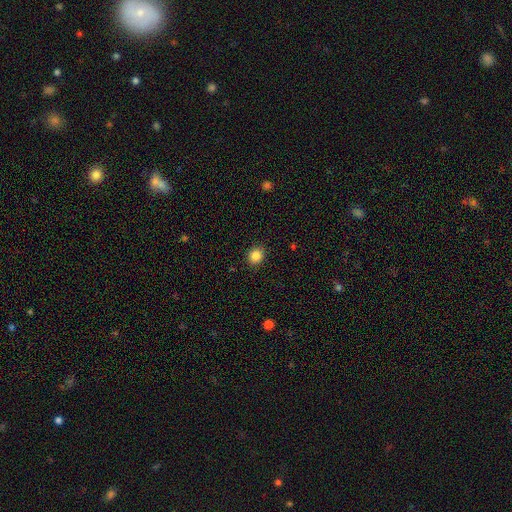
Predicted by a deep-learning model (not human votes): Smooth or featured?
  - smooth: 85% *
  - star or artifact: 10%
  - featured or disk: 4%
How rounded?
  - round: 72% *
  - in between: 27%
  - cigar-shaped: 1%
Merging?
  - none: 90% *
  - minor disturbance: 7%
  - major disturbance: 2%
  - merger: 1%